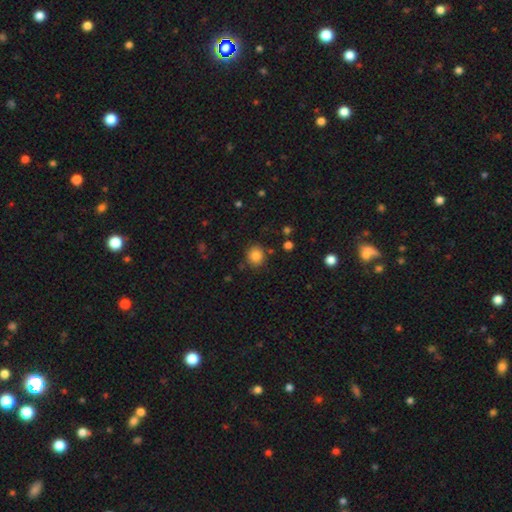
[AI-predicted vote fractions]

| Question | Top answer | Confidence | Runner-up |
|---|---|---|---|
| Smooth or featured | smooth | 84% | star or artifact (11%) |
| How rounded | round | 82% | in between (17%) |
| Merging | none | 85% | minor disturbance (9%) |